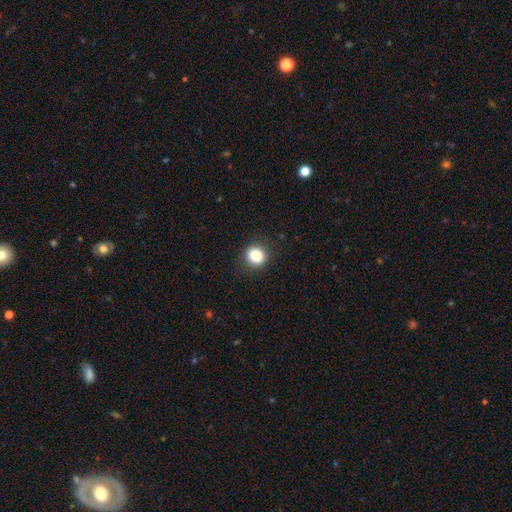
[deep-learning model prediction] Smooth or featured: smooth — 85% (star or artifact — 10%)
How rounded: round — 87% (in between — 12%)
Merging: none — 89% (minor disturbance — 7%)